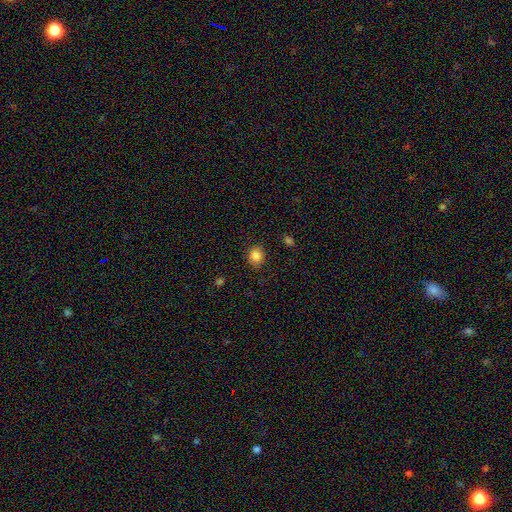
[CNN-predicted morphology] smooth-or-featured: smooth: 85% | star or artifact: 11% | featured or disk: 5%
  how-rounded: round: 75% | in between: 24% | cigar-shaped: 1%
  merging: none: 85% | minor disturbance: 11% | major disturbance: 3% | merger: 1%